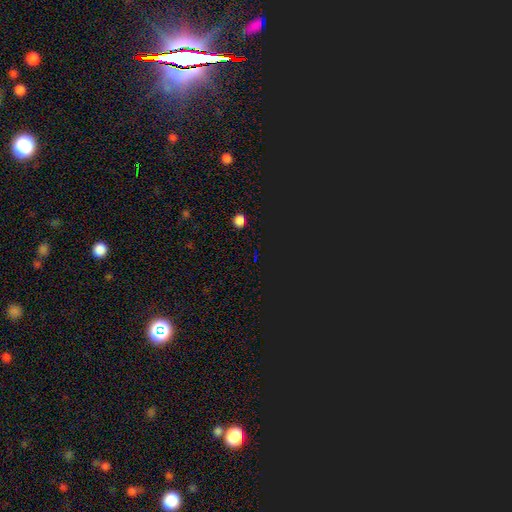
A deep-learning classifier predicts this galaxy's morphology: Smooth or featured: star or artifact — 75% (smooth — 18%)